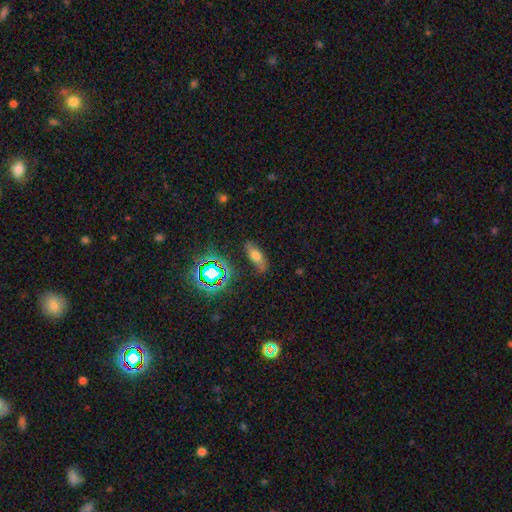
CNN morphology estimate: The model was most divided on "how rounded": in between: 66%, cigar-shaped: 29%, round: 5%. More confident: merging — none (75%); smooth or featured — smooth (59%).